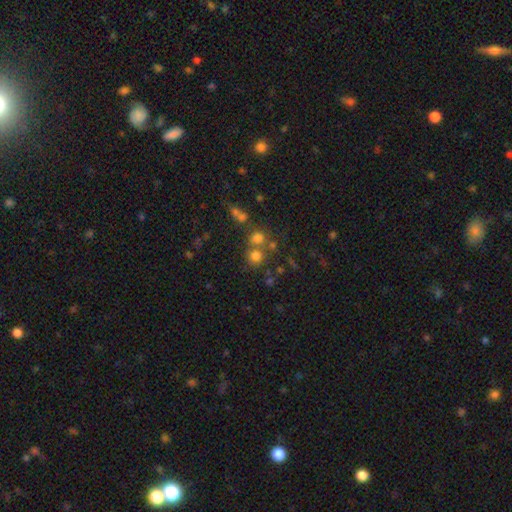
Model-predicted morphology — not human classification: This appears to be a smooth galaxy with no disk features (70%) that is round (86%). Merging: none (58%).